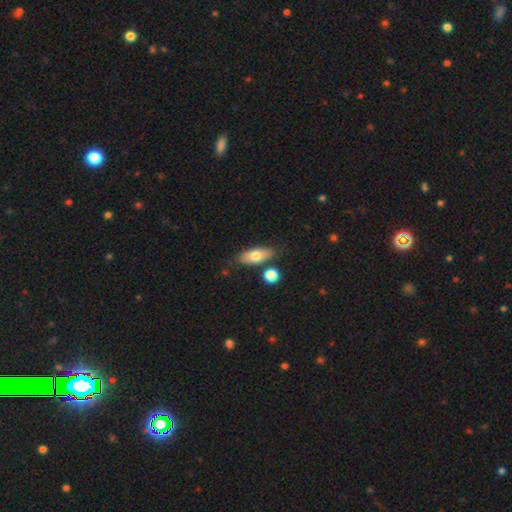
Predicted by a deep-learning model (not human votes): A smooth galaxy with no disk features (71%) that is in between round and cigar-shaped (79%).

Vote fractions:
- Smooth or featured? smooth: 71% / featured or disk: 22% / star or artifact: 7%
- How rounded? in between: 79% / cigar-shaped: 15% / round: 6%
- Merging? none: 74% / minor disturbance: 13% / merger: 9% / major disturbance: 3%